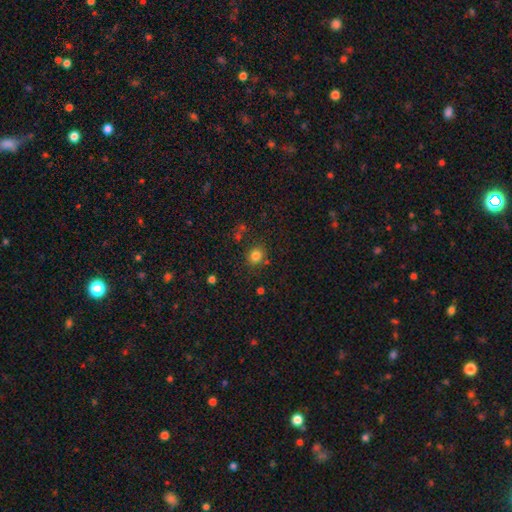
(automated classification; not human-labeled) This appears to be a smooth galaxy with no disk features (81%) that is round (81%). Merging: none (81%).